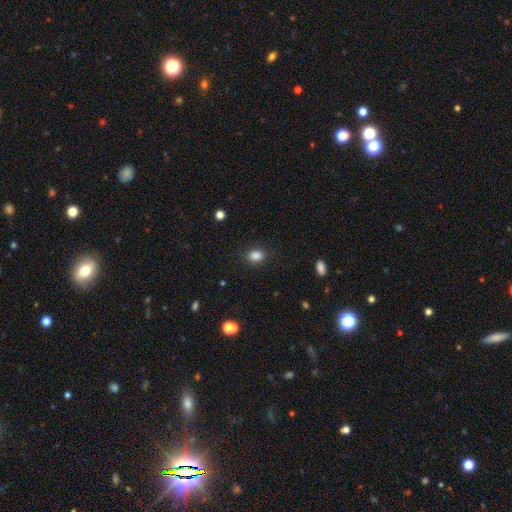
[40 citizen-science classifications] Smooth or featured?
  - smooth: 90% *
  - star or artifact: 10%
  - featured or disk: 0%
How rounded?
  - in between: 64% *
  - round: 36%
  - cigar-shaped: 0%
Merging?
  - none: 97% *
  - merger: 3%
  - minor disturbance: 0%
  - major disturbance: 0%